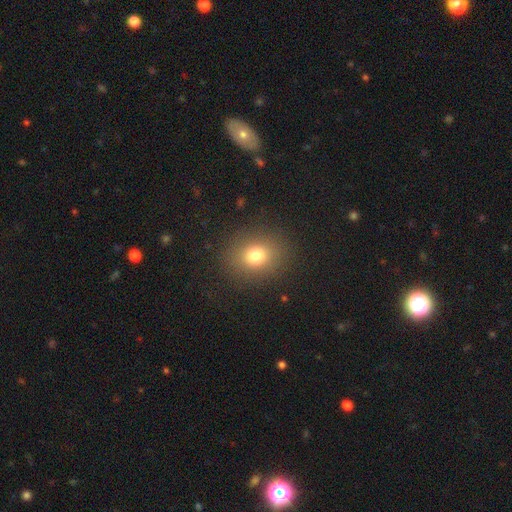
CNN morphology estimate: Overall: smooth (77%). How rounded: round (60%; in between 39%). Merging: none (87%).